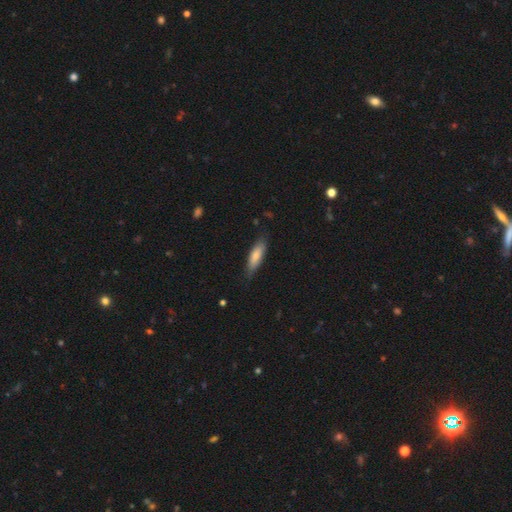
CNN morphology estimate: A smooth galaxy with no disk features (79%) that is cigar-shaped (55%). Merging: none (77%).